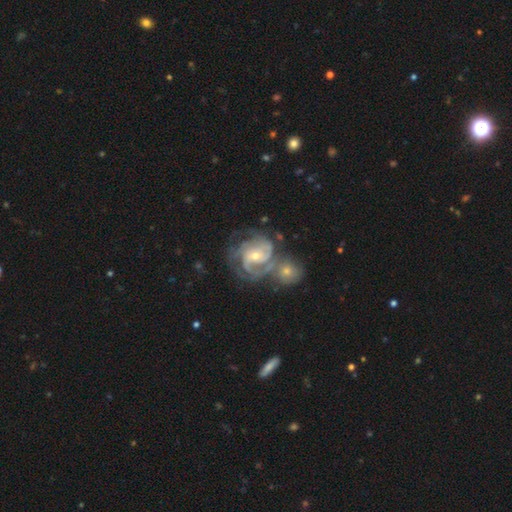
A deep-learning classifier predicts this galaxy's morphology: The model was most divided on "merging": none: 42%, merger: 34%, minor disturbance: 14%, major disturbance: 10%. Remaining: edge-on disk — no (98%); spiral arms — yes (96%); smooth or featured — featured or disk (88%); spiral winding — tight (60%); bar — no (57%); bulge size — small (56%); spiral arm count — 3 (34%).